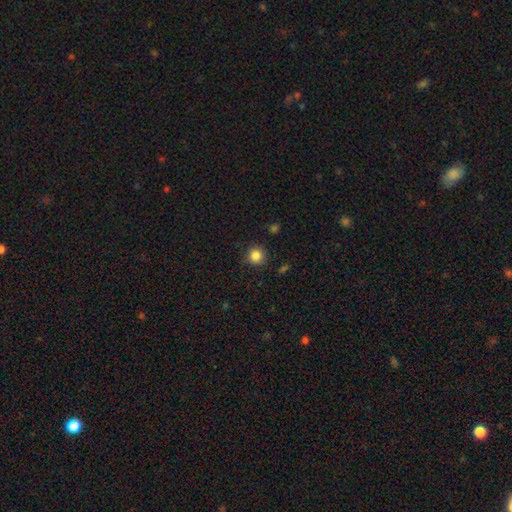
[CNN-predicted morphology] A smooth galaxy with no disk features (85%) that is round (93%). Merging: none (89%).